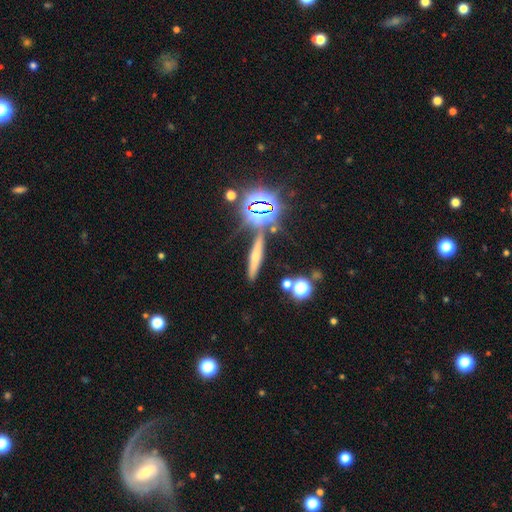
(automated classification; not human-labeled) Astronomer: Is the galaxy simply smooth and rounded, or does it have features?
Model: smooth — 44% (runner-up: featured or disk, 32%).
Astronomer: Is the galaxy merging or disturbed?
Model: none — 79%.